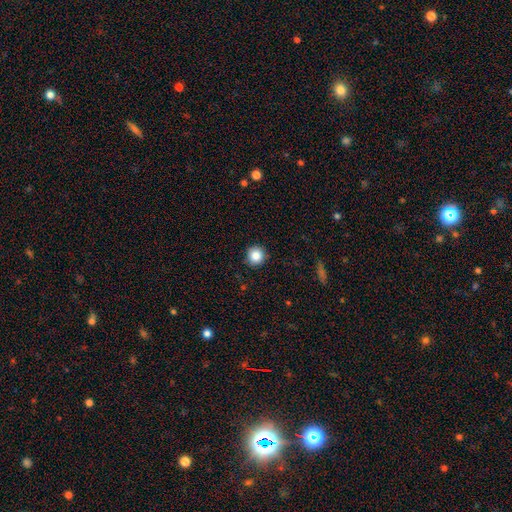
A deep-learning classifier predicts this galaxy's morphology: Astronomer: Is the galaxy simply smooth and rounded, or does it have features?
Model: smooth — 86%.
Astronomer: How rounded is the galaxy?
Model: round — 95%.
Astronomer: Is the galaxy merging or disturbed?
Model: none — 90%.